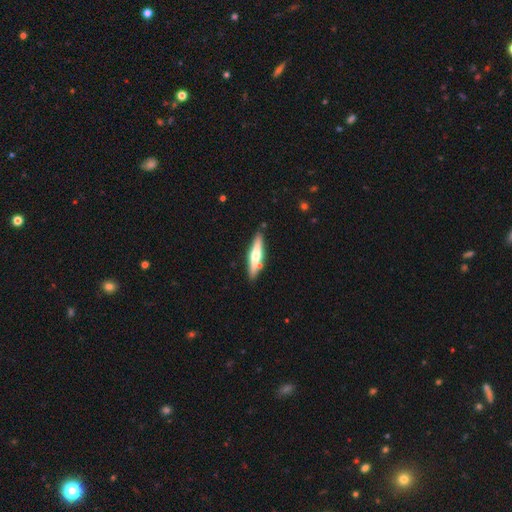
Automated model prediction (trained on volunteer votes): featured or disk 59%, smooth 36%, star or artifact 5%. Down the decision tree: edge-on disk — yes (95%); edge-on bulge — rounded (91%); merging — none (83%).